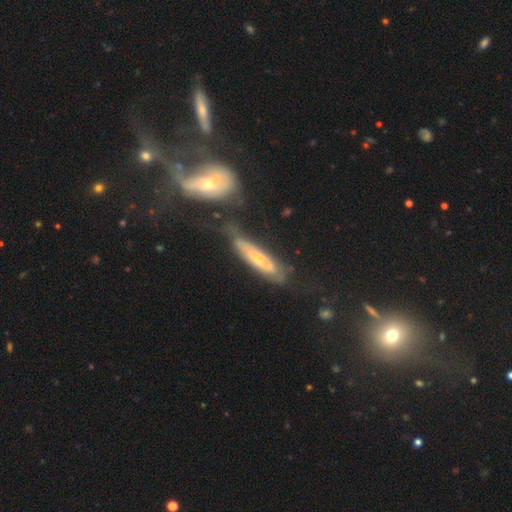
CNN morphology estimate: smooth_or_featured: featured or disk (p=0.60) [alt: smooth p=0.29]
disk_edge_on: yes (p=0.53) [alt: no p=0.47]
merging: none (p=0.49) [alt: minor disturbance p=0.20]